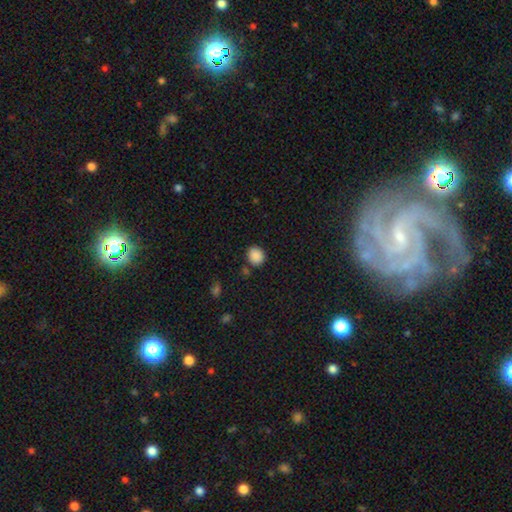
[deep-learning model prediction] A smooth galaxy with no disk features (88%) that is round (76%). Merging: none (82%).